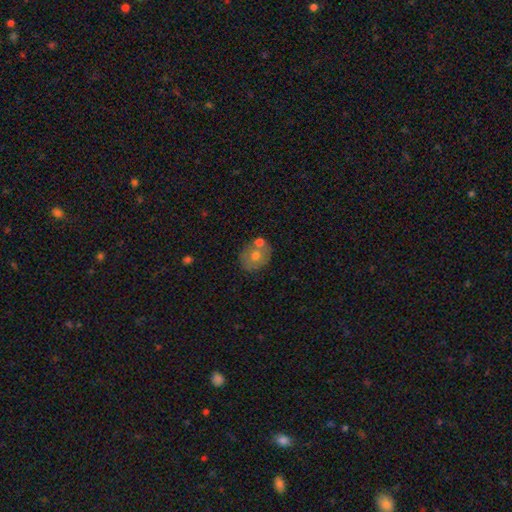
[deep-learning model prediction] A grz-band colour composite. It shows a smooth galaxy with no disk features (58%) that is round (69%). Merging: none (58%).